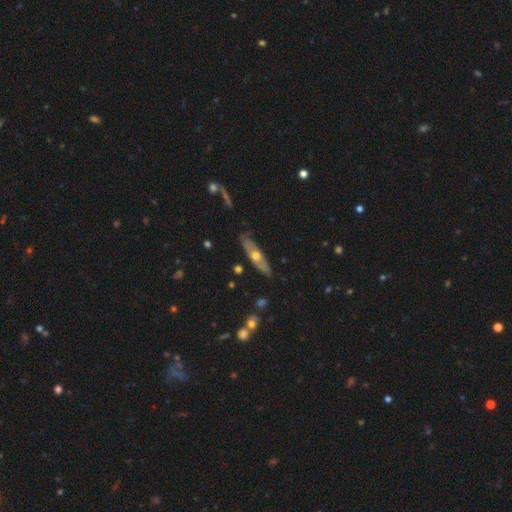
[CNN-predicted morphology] Q: Smooth or featured?
A: featured or disk (59%); runner-up: smooth (35%)
Q: Edge-on disk?
A: yes (64%); runner-up: no (36%)
Q: Merging?
A: none (82%); runner-up: minor disturbance (14%)